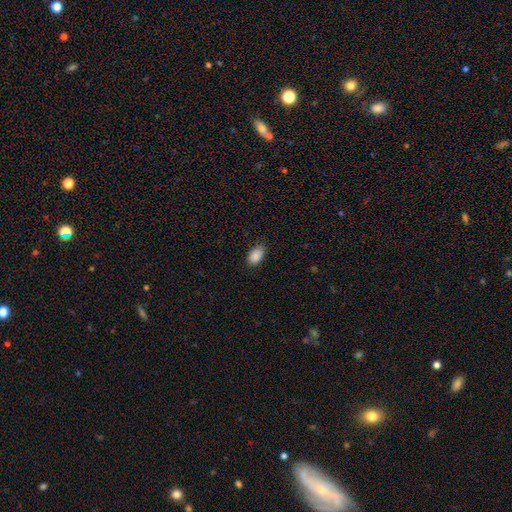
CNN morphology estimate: Overall: smooth (89%). How rounded: in between (90%). Merging: none (79%).